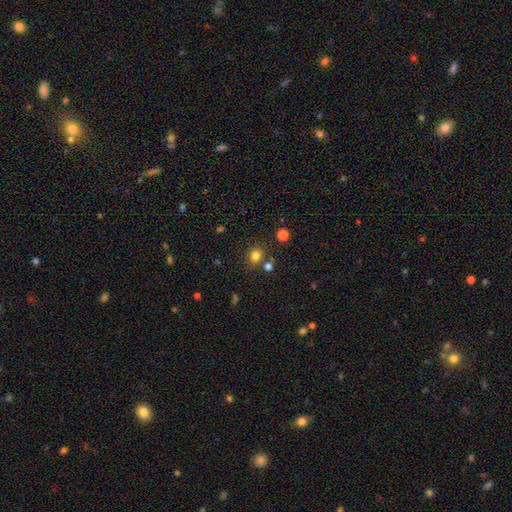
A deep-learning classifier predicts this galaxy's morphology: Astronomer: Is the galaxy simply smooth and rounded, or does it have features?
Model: smooth — 79%.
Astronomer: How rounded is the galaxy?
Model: round — 76%.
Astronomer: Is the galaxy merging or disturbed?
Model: none — 78%.